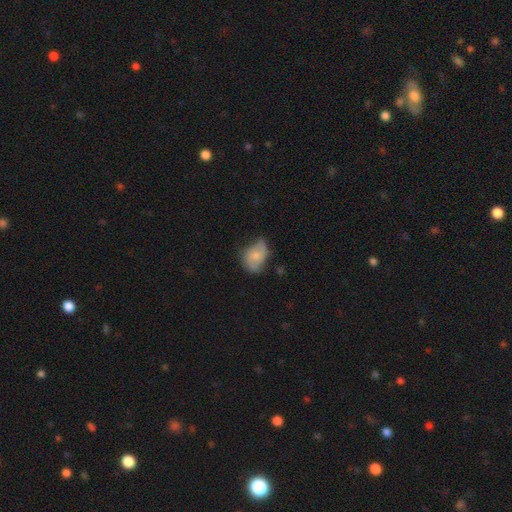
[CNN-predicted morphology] Smooth or featured?
  - smooth: 55% *
  - featured or disk: 37%
  - star or artifact: 8%
How rounded?
  - in between: 75% *
  - round: 24%
  - cigar-shaped: 1%
Merging?
  - none: 42% *
  - minor disturbance: 39%
  - major disturbance: 16%
  - merger: 3%